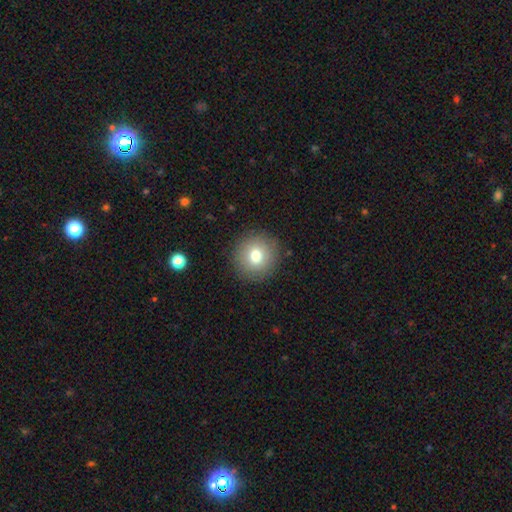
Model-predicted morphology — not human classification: A smooth galaxy with no disk features (76%) that is round (94%). Merging: none (89%).